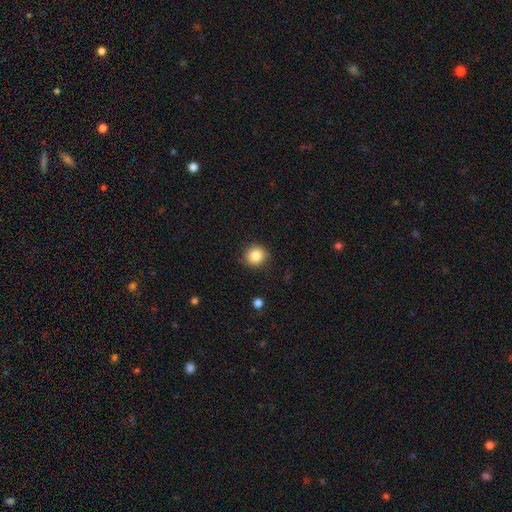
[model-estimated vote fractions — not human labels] smooth 85%, star or artifact 10%, featured or disk 5%. Down the decision tree: how rounded — round (91%); merging — none (87%).